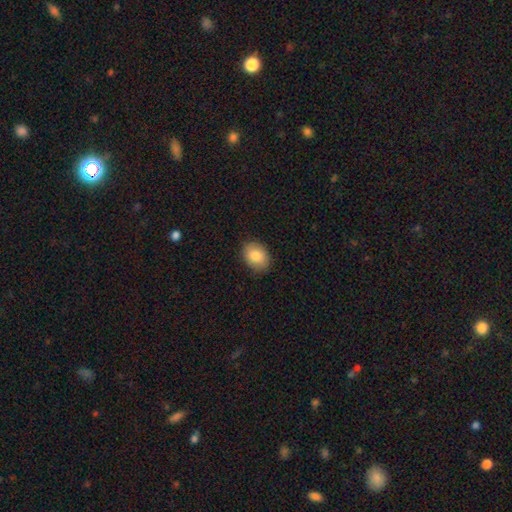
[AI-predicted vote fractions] Morphology: type=smooth (84%); roundness=in between (65%); merging=none (87%).